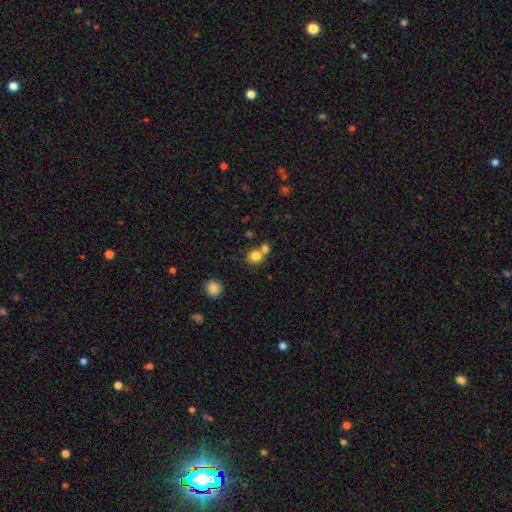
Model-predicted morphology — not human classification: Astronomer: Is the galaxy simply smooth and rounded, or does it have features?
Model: smooth — 81%.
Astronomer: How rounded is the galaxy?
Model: round — 78%.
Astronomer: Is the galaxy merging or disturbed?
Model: none — 49% (runner-up: merger, 41%).